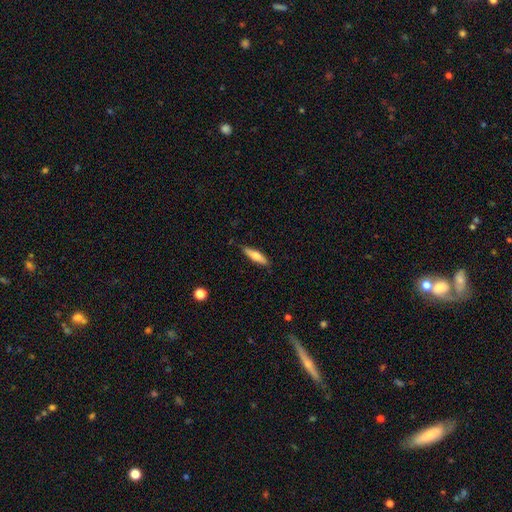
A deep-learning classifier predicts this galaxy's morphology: Smooth or featured? smooth (63%)
How rounded? cigar-shaped (73%)
Merging? none (82%)